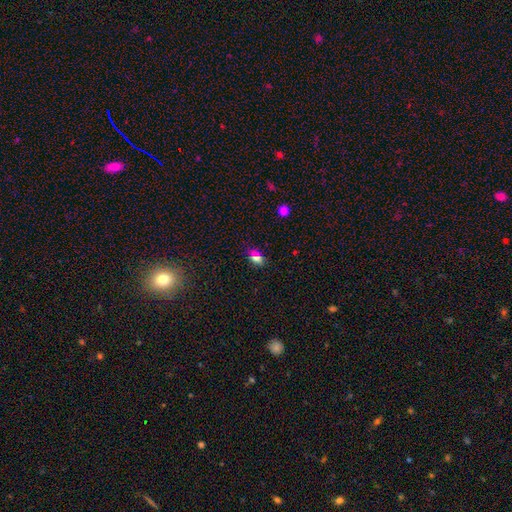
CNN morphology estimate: Q: Smooth or featured?
A: smooth (70%); runner-up: star or artifact (19%)
Q: How rounded?
A: in between (76%); runner-up: round (19%)
Q: Merging?
A: none (82%); runner-up: minor disturbance (13%)